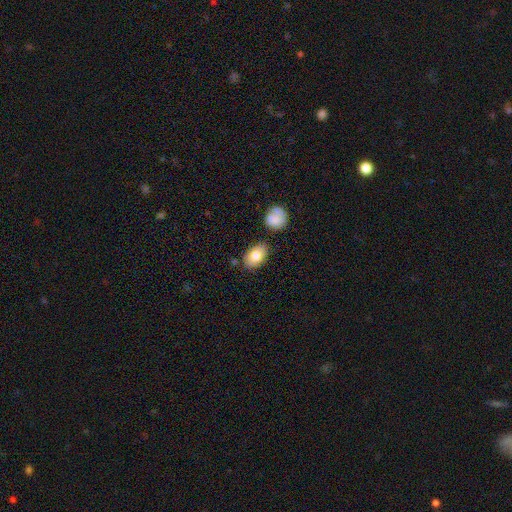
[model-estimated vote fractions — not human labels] smooth-or-featured: smooth: 80% | featured or disk: 13% | star or artifact: 7%
  how-rounded: in between: 87% | round: 11% | cigar-shaped: 1%
  merging: none: 79% | minor disturbance: 13% | merger: 5% | major disturbance: 3%